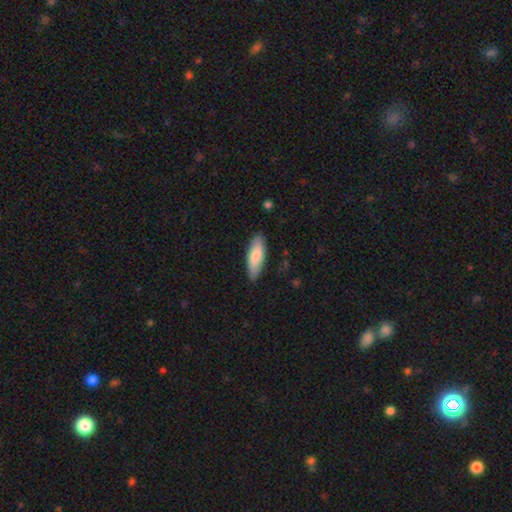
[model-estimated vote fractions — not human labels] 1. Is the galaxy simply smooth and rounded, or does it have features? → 79% smooth, 15% featured or disk, 5% star or artifact.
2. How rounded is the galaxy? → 58% in between, 40% cigar-shaped, 2% round.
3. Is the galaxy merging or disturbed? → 87% none, 10% minor disturbance, 2% major disturbance, 1% merger.